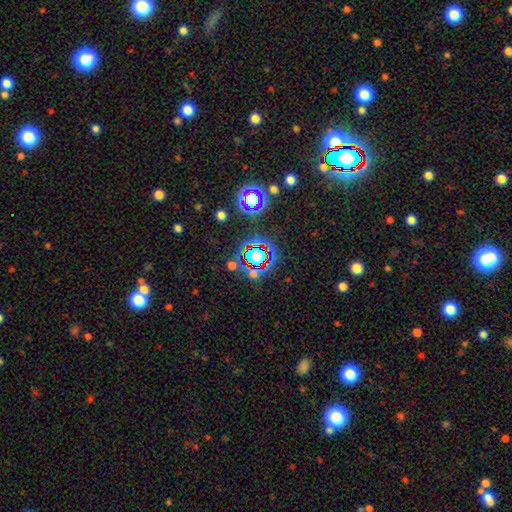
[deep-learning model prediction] Smooth or featured? Predicted: star or artifact (p=0.58).